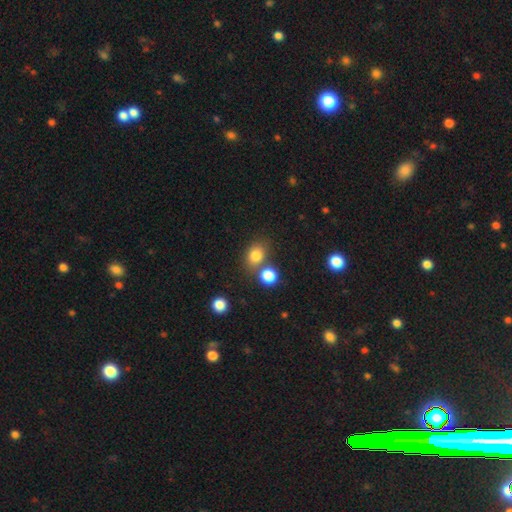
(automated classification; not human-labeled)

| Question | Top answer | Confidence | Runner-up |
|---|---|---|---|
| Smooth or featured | smooth | 79% | star or artifact (13%) |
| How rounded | round | 54% | in between (44%) |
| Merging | none | 63% | merger (22%) |